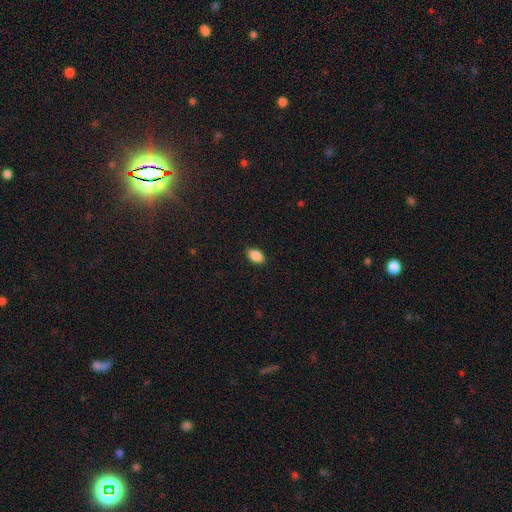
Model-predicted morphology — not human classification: Smooth or featured? smooth (88%)
How rounded? in between (91%)
Merging? none (87%)